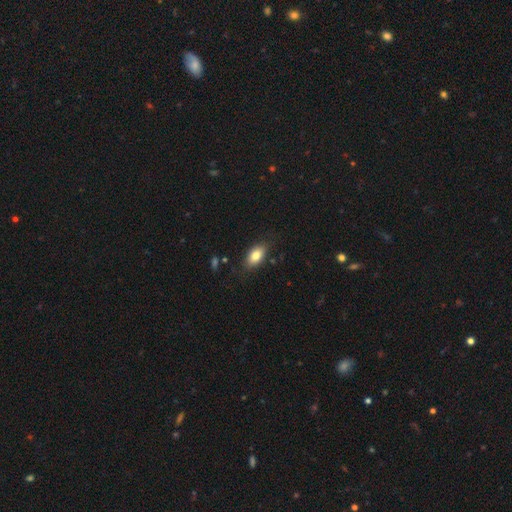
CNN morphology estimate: Smooth or featured?
  - smooth: 82% *
  - featured or disk: 11%
  - star or artifact: 7%
How rounded?
  - in between: 90% *
  - round: 6%
  - cigar-shaped: 4%
Merging?
  - none: 82% *
  - minor disturbance: 14%
  - major disturbance: 3%
  - merger: 2%